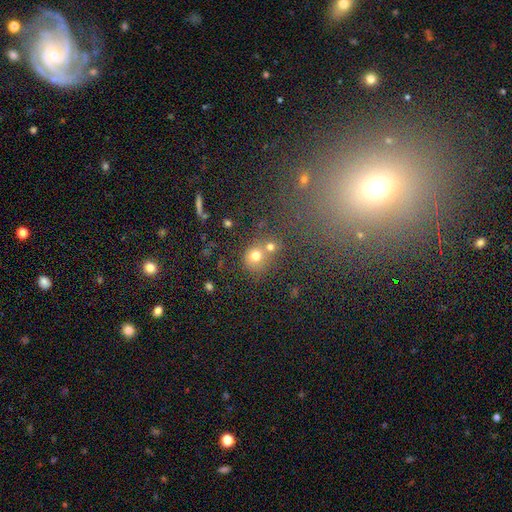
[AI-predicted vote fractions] Smooth or featured?
  - smooth: 72% *
  - star or artifact: 17%
  - featured or disk: 11%
How rounded?
  - round: 84% *
  - in between: 15%
  - cigar-shaped: 1%
Merging?
  - none: 51% *
  - merger: 35%
  - minor disturbance: 10%
  - major disturbance: 5%